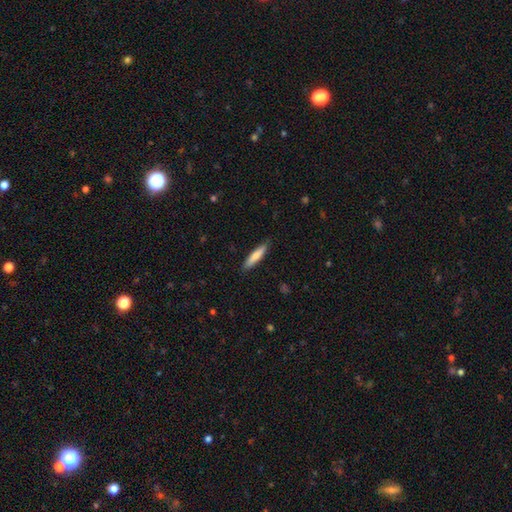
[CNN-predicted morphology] type=smooth (74%); roundness=cigar-shaped (85%); merging=none (87%).